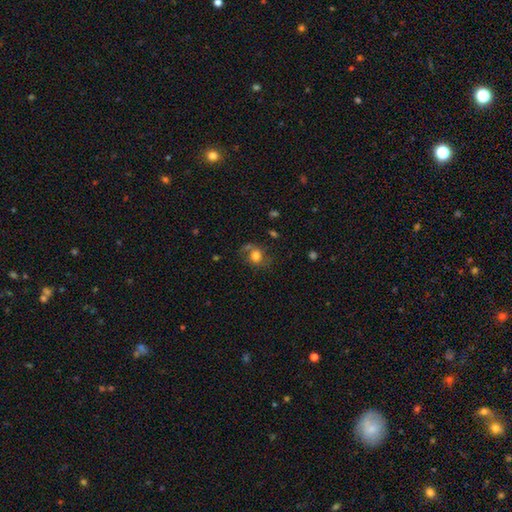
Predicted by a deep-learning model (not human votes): smooth_or_featured: smooth (p=0.70) [alt: featured or disk p=0.19]
how_rounded: round (p=0.62) [alt: in between p=0.37]
merging: none (p=0.53) [alt: minor disturbance p=0.23]